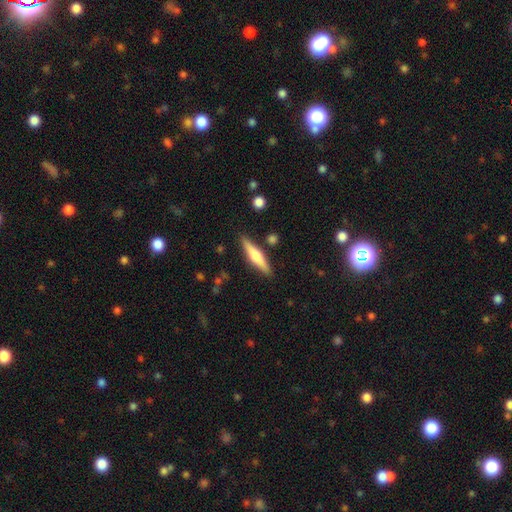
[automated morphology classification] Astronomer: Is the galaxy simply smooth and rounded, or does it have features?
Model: smooth — 48% (runner-up: featured or disk, 46%).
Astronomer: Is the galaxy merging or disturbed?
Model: none — 86%.